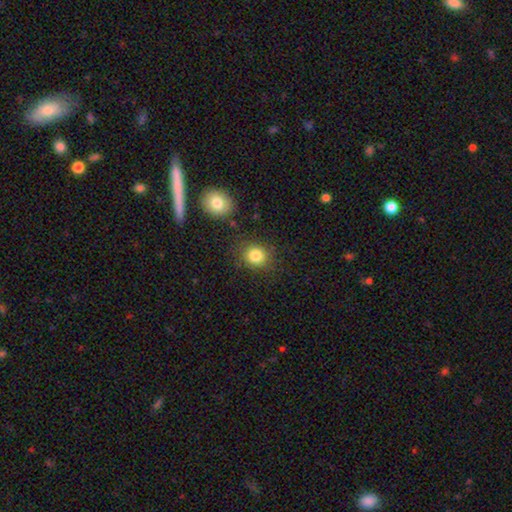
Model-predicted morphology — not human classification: Q: Smooth or featured?
A: smooth (83%); runner-up: star or artifact (11%)
Q: How rounded?
A: round (77%); runner-up: in between (22%)
Q: Merging?
A: none (81%); runner-up: minor disturbance (11%)